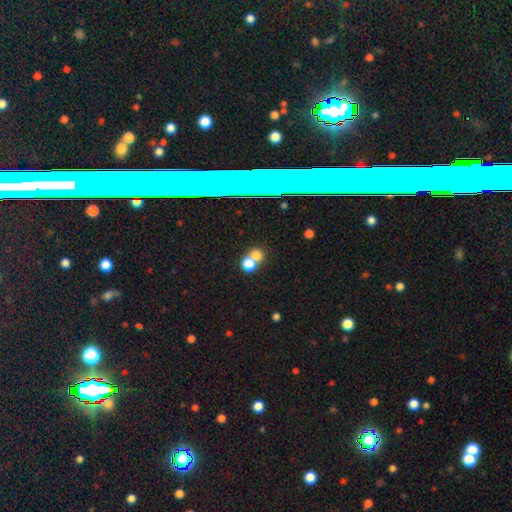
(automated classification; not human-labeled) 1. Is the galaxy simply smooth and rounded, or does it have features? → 71% smooth, 18% star or artifact, 11% featured or disk.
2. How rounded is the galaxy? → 78% round, 20% in between, 2% cigar-shaped.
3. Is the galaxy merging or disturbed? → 49% none, 39% merger, 8% minor disturbance, 4% major disturbance.